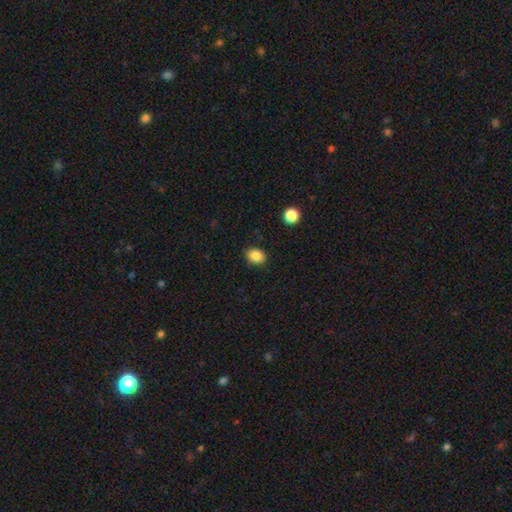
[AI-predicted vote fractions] Smooth or featured? Predicted: smooth (p=0.87). How rounded? Predicted: in between (p=0.62). Merging? Predicted: none (p=0.86).